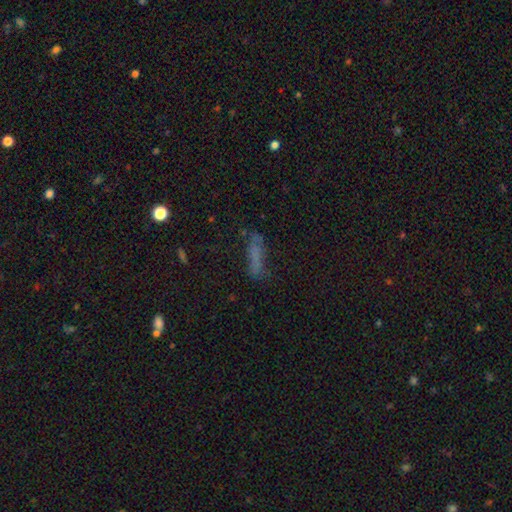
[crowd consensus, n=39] Overall: smooth (72%). How rounded: cigar-shaped (89%). Merging: none (74%).